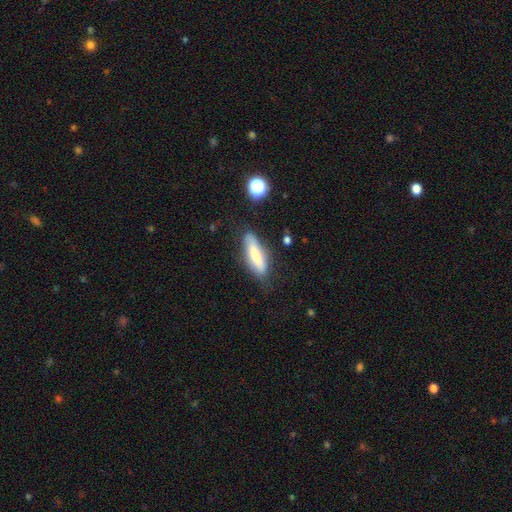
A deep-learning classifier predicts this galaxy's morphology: Smooth or featured: smooth — 65% (featured or disk — 28%)
How rounded: cigar-shaped — 55% (in between — 43%)
Merging: none — 70% (minor disturbance — 21%)